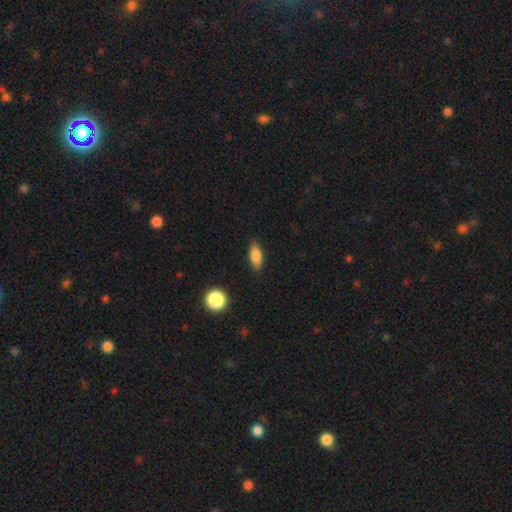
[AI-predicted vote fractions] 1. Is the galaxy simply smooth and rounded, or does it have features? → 83% smooth, 10% featured or disk, 8% star or artifact.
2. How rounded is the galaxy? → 75% in between, 22% cigar-shaped, 4% round.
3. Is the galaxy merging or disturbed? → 86% none, 11% minor disturbance, 2% major disturbance, 1% merger.